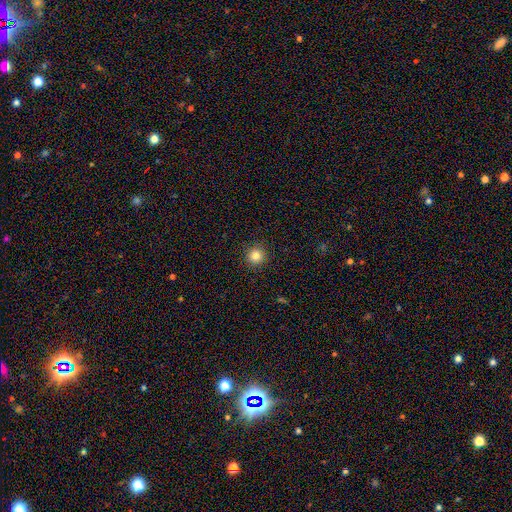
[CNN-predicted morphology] smooth_or_featured: smooth (p=0.83) [alt: star or artifact p=0.12]
how_rounded: round (p=0.95) [alt: in between p=0.04]
merging: none (p=0.93) [alt: minor disturbance p=0.05]